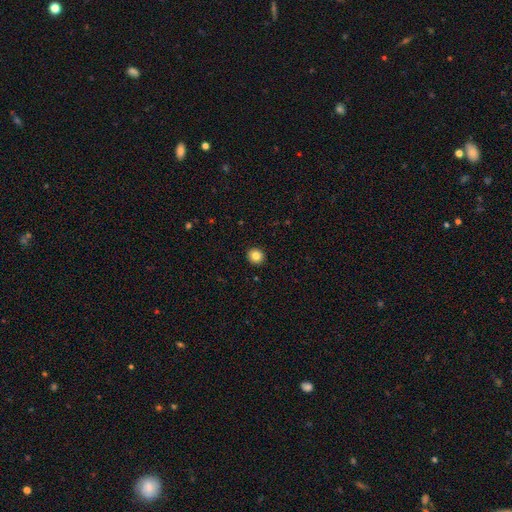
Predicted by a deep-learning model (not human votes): Morphology: type=smooth (84%); roundness=round (89%); merging=none (93%).